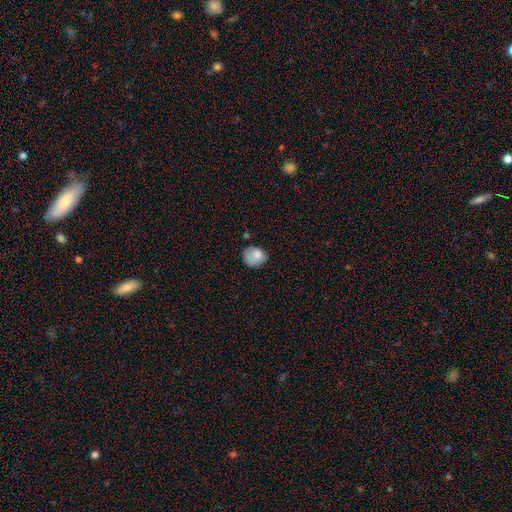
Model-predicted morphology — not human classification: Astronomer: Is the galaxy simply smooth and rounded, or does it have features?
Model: smooth — 81%.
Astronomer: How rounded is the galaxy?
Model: round — 68%.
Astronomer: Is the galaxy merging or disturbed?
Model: none — 58%.